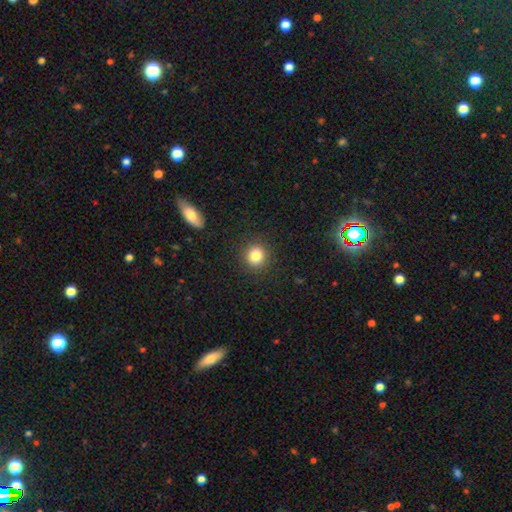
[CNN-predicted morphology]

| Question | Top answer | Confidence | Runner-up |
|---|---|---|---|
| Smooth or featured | smooth | 84% | star or artifact (11%) |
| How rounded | round | 87% | in between (12%) |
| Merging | none | 90% | minor disturbance (6%) |